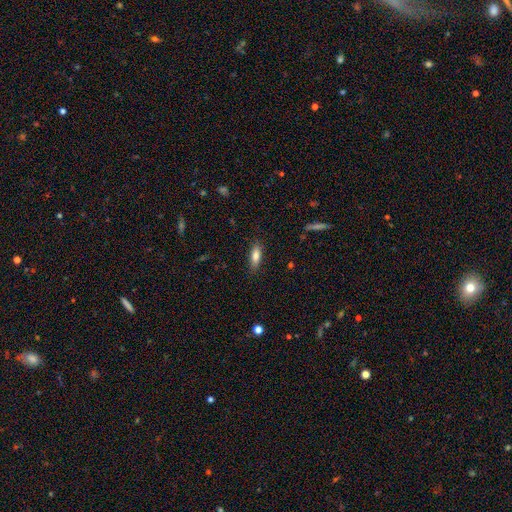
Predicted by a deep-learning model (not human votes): A smooth galaxy with no disk features (81%) that is in between round and cigar-shaped (60%).

Vote fractions:
- Smooth or featured? smooth: 81% / featured or disk: 12% / star or artifact: 7%
- How rounded? in between: 60% / cigar-shaped: 38% / round: 2%
- Merging? none: 85% / minor disturbance: 11% / major disturbance: 3% / merger: 1%